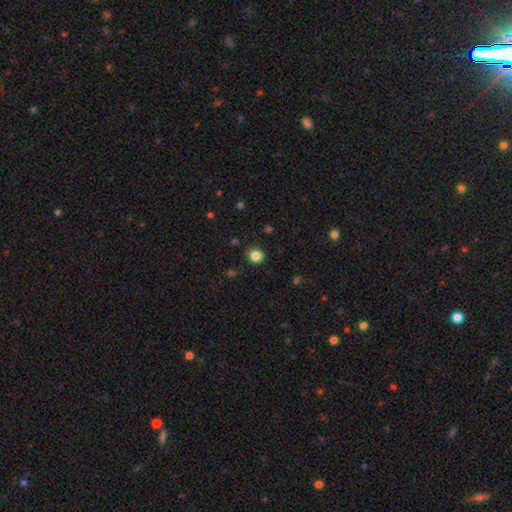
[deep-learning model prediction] Overall: smooth (85%). How rounded: round (88%). Merging: none (87%).